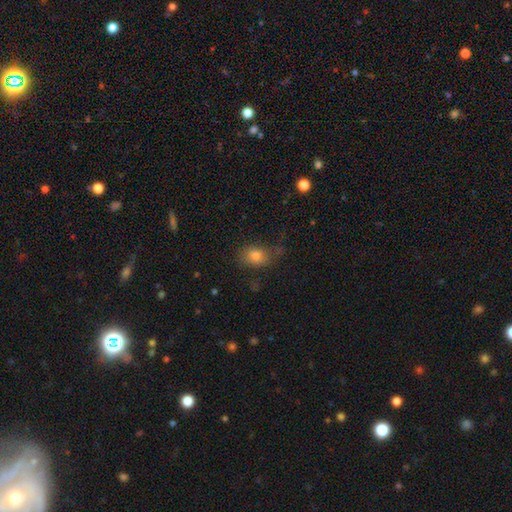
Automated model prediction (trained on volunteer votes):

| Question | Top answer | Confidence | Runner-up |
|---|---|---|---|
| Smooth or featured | smooth | 77% | star or artifact (12%) |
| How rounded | in between | 67% | round (31%) |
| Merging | none | 60% | minor disturbance (25%) |